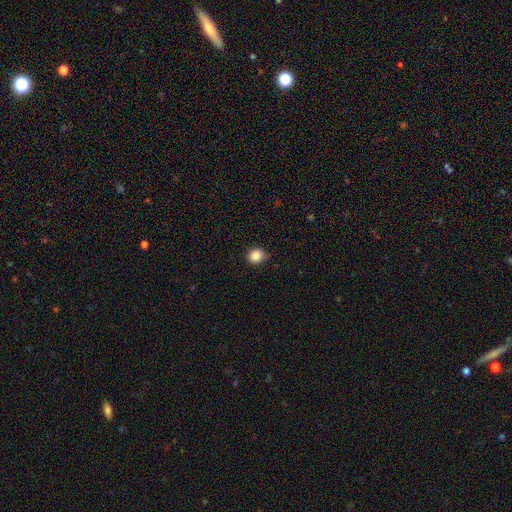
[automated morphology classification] Overall: smooth (87%). How rounded: round (86%). Merging: none (81%).